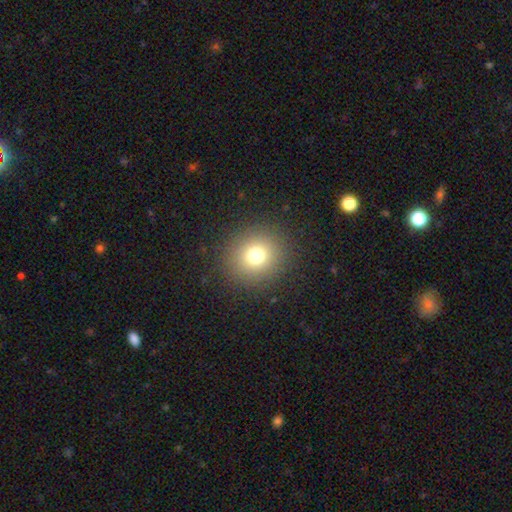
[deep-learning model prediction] smooth 74%, star or artifact 17%, featured or disk 10%. Down the decision tree: how rounded — round (88%); merging — none (89%).